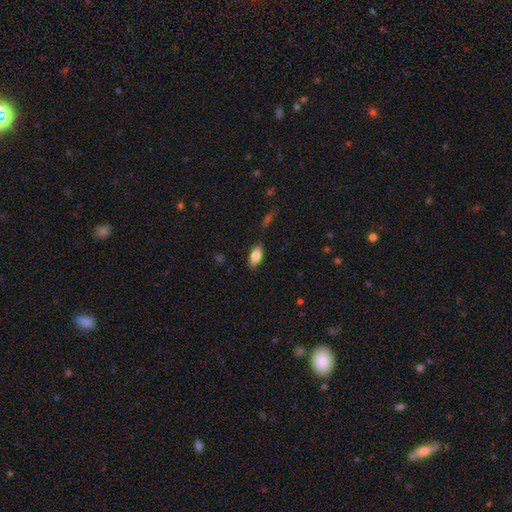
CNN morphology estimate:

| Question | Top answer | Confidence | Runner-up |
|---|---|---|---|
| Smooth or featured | smooth | 81% | featured or disk (12%) |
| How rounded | in between | 88% | cigar-shaped (9%) |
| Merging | none | 84% | minor disturbance (11%) |